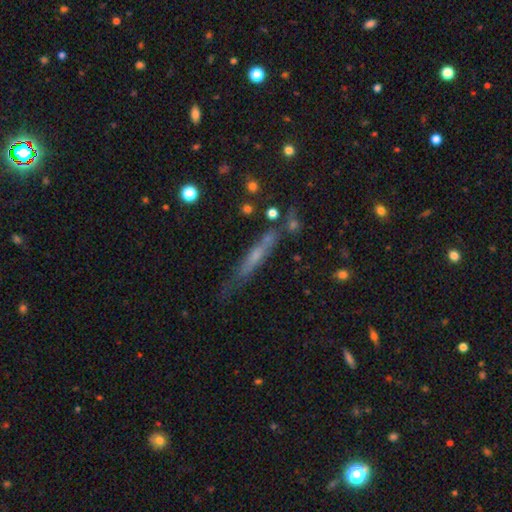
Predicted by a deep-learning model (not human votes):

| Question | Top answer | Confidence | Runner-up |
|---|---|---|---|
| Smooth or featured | featured or disk | 49% | smooth (40%) |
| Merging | none | 61% | minor disturbance (23%) |